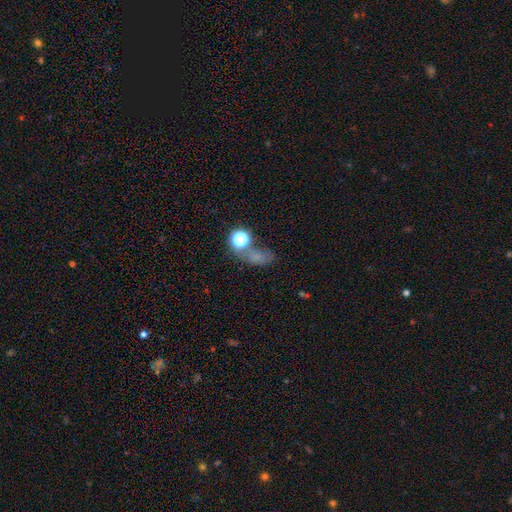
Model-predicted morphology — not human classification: The model was most divided on "smooth or featured": smooth: 45%, star or artifact: 40%, featured or disk: 15%. Remaining: merging — none (44%).